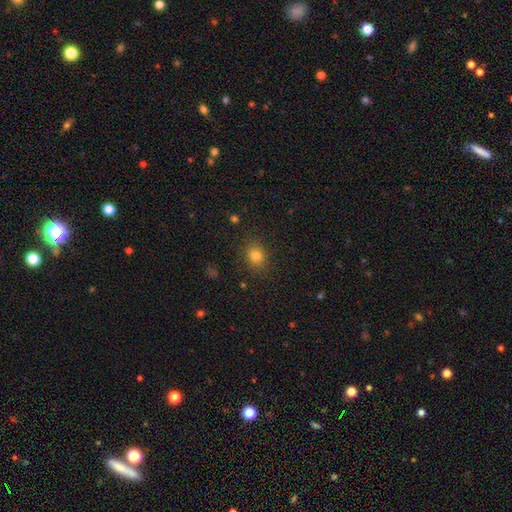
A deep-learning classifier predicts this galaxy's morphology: Smooth or featured? smooth (81%)
How rounded? round (61%)
Merging? none (86%)